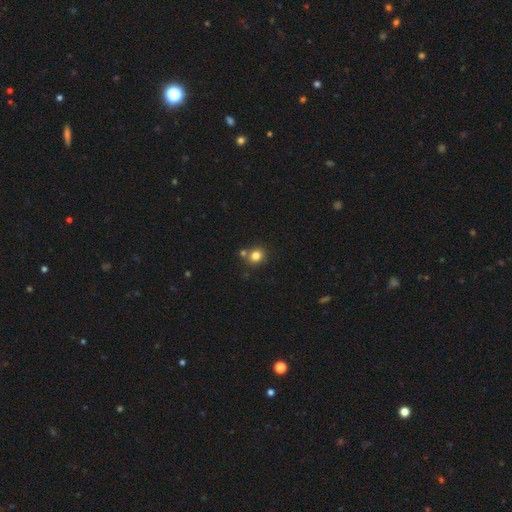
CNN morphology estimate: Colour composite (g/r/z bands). It shows a smooth galaxy with no disk features (81%) that is round (82%). Merging: none (71%).